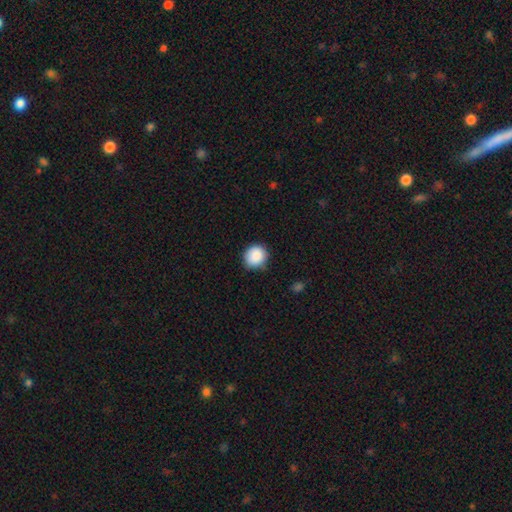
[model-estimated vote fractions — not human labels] smooth-or-featured: smooth: 88% | star or artifact: 8% | featured or disk: 4%
  how-rounded: round: 80% | in between: 20% | cigar-shaped: 1%
  merging: none: 81% | minor disturbance: 15% | major disturbance: 3% | merger: 1%